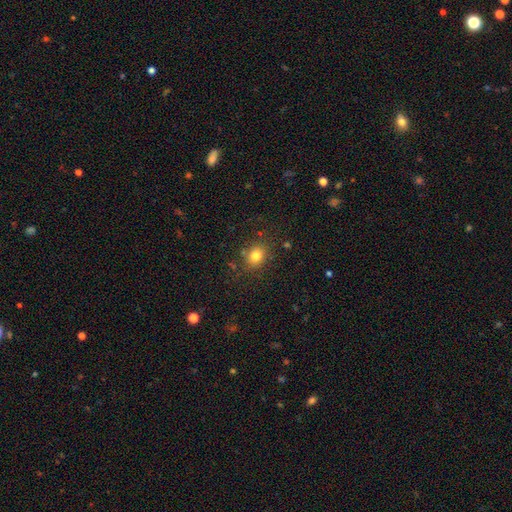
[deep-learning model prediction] A smooth galaxy with no disk features (79%) that is round (54%). Merging: none (79%).